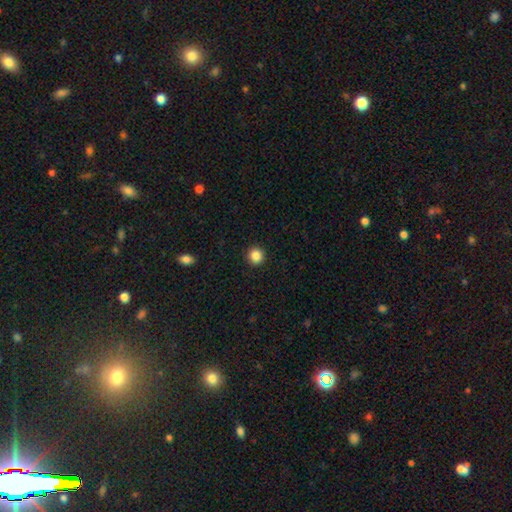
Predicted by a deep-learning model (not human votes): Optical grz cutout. It shows a smooth galaxy with no disk features (87%) that is round (93%). Merging: none (93%).